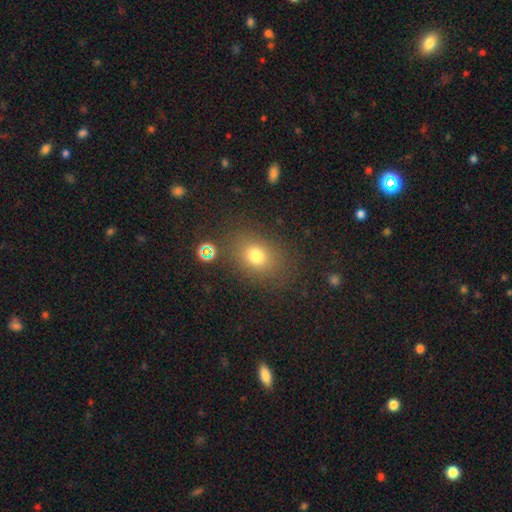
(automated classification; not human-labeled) A smooth galaxy with no disk features (74%) that is in between round and cigar-shaped (52%).

Vote fractions:
- Smooth or featured? smooth: 74% / star or artifact: 17% / featured or disk: 10%
- How rounded? in between: 52% / round: 47% / cigar-shaped: 1%
- Merging? none: 79% / minor disturbance: 12% / major disturbance: 6% / merger: 4%